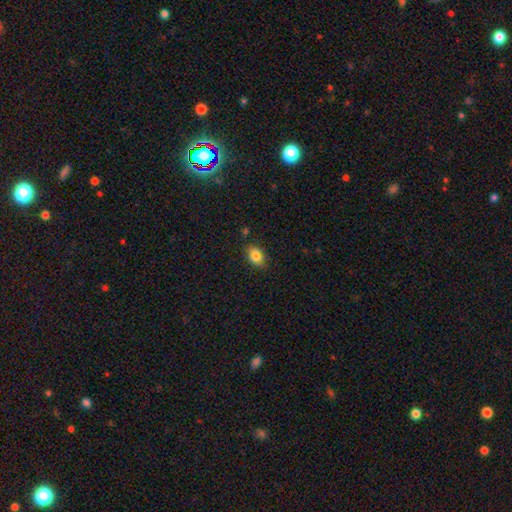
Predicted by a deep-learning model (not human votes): smooth_or_featured: smooth (p=0.84) [alt: star or artifact p=0.09]
how_rounded: in between (p=0.75) [alt: round p=0.23]
merging: none (p=0.79) [alt: minor disturbance p=0.16]